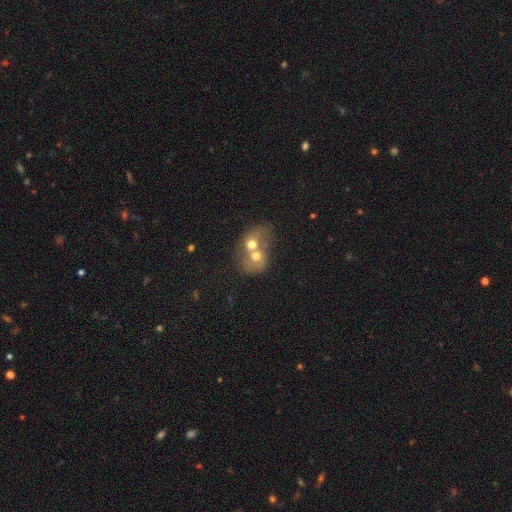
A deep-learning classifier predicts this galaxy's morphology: smooth_or_featured: smooth (p=0.50) [alt: featured or disk p=0.36]
how_rounded: round (p=0.52) [alt: in between p=0.47]
merging: merger (p=0.77) [alt: none p=0.13]